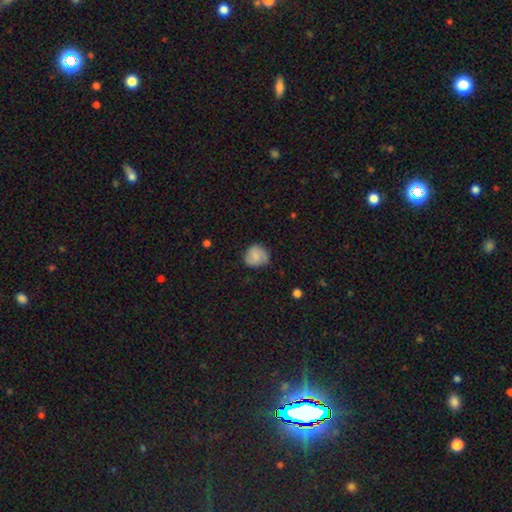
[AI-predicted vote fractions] Morphology: type=smooth (72%); roundness=round (80%); merging=none (67%).